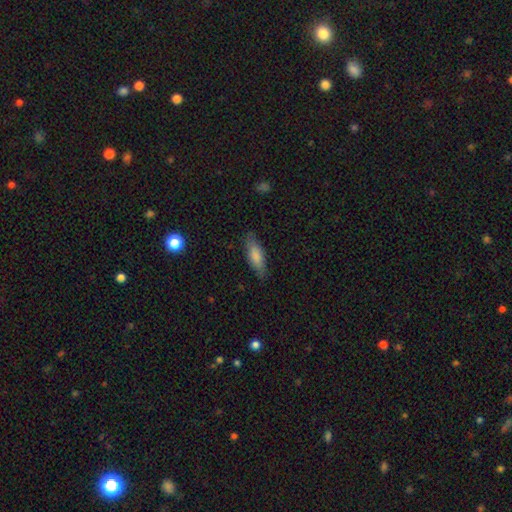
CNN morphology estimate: Q: Smooth or featured?
A: smooth (80%); runner-up: featured or disk (14%)
Q: How rounded?
A: in between (60%); runner-up: cigar-shaped (38%)
Q: Merging?
A: none (80%); runner-up: minor disturbance (16%)